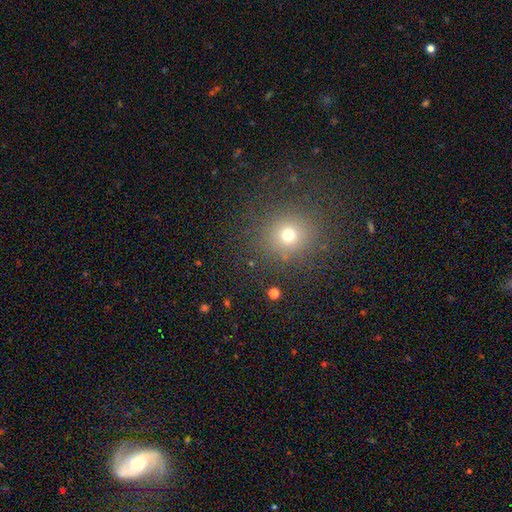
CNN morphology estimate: Smooth or featured?
  - smooth: 57% *
  - star or artifact: 29%
  - featured or disk: 14%
How rounded?
  - round: 92% *
  - in between: 7%
  - cigar-shaped: 1%
Merging?
  - none: 88% *
  - minor disturbance: 7%
  - major disturbance: 3%
  - merger: 2%